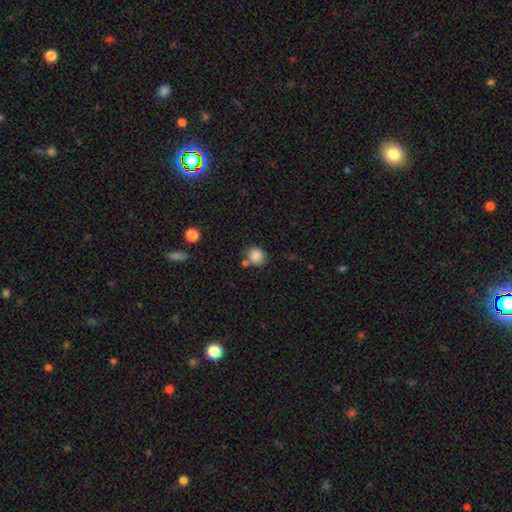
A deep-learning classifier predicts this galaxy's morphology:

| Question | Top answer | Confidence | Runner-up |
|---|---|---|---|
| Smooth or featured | smooth | 85% | star or artifact (10%) |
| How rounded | round | 83% | in between (16%) |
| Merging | none | 68% | minor disturbance (15%) |